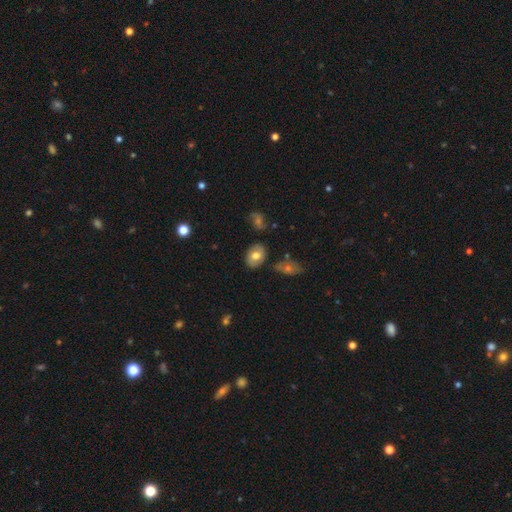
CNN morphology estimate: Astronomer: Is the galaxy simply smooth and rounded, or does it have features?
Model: smooth — 68%.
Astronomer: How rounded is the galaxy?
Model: in between — 71%.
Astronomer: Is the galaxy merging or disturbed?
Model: none — 78%.